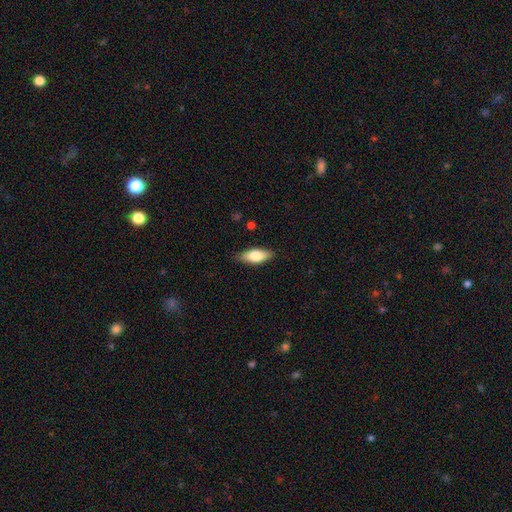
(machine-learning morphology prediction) Smooth or featured: smooth — 74% (featured or disk — 20%)
How rounded: in between — 77% (cigar-shaped — 21%)
Merging: none — 85% (minor disturbance — 12%)